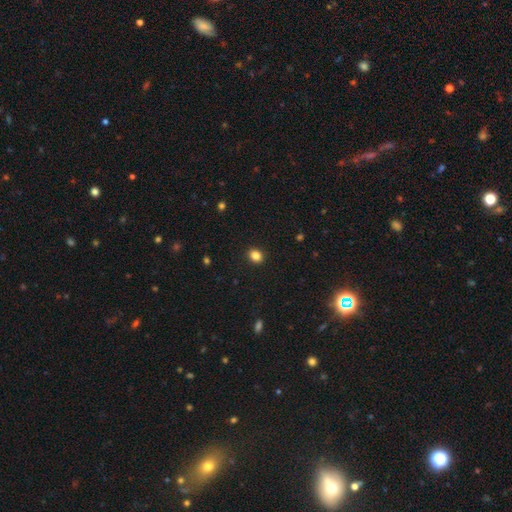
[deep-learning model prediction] This appears to be a smooth galaxy with no disk features (84%) that is round (58%). Merging: none (91%).